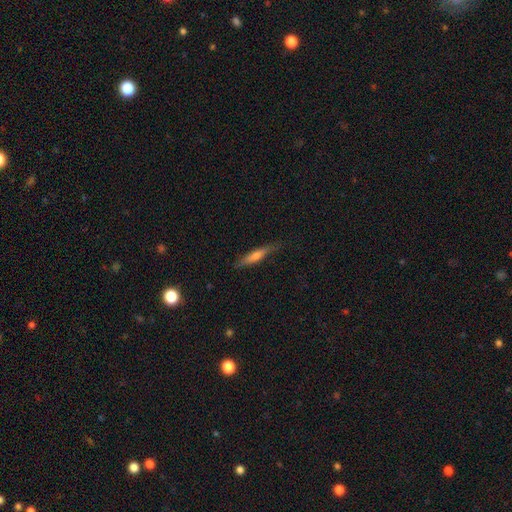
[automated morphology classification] Smooth or featured? Predicted: smooth (p=0.50). Merging? Predicted: none (p=0.79).